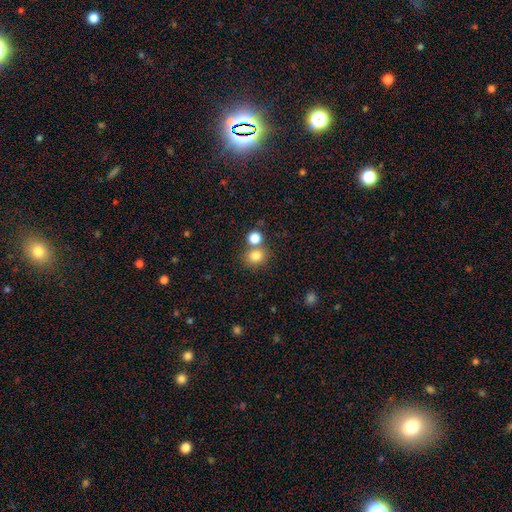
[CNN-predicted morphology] A smooth galaxy with no disk features (80%) that is round (75%).

Vote fractions:
- Smooth or featured? smooth: 80% / star or artifact: 13% / featured or disk: 7%
- How rounded? round: 75% / in between: 24% / cigar-shaped: 1%
- Merging? none: 62% / merger: 27% / minor disturbance: 8% / major disturbance: 3%